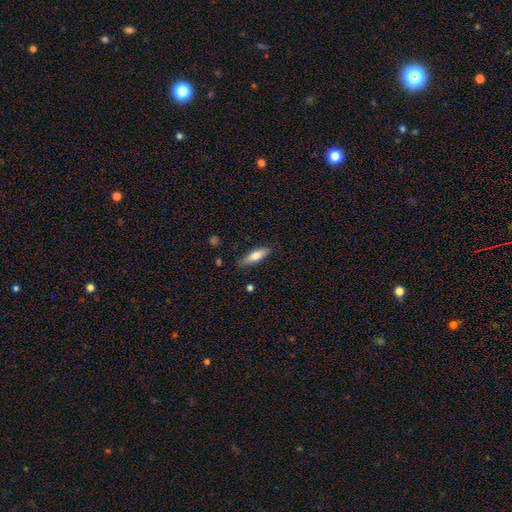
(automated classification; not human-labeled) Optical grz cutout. It shows a smooth galaxy with no disk features (74%) that is in between round and cigar-shaped (49%, tied with cigar-shaped). Merging: none (82%).